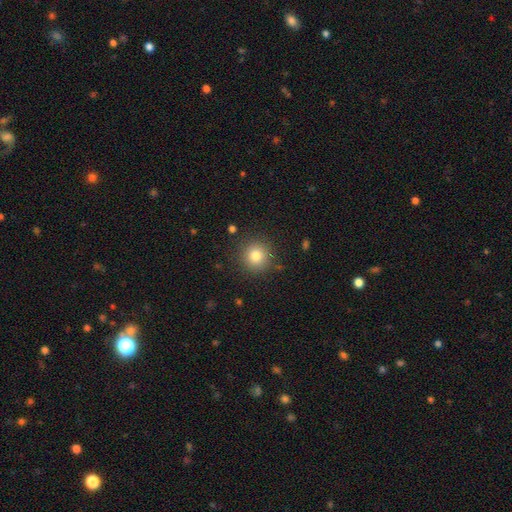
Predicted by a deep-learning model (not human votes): smooth-or-featured: smooth: 80% | star or artifact: 12% | featured or disk: 8%
  how-rounded: round: 93% | in between: 6% | cigar-shaped: 1%
  merging: none: 88% | minor disturbance: 8% | major disturbance: 3% | merger: 2%